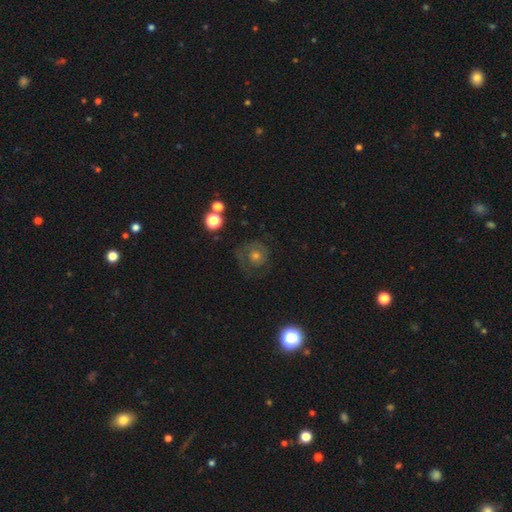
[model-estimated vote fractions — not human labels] A featured or disk galaxy (55%) with no bar (83%), spiral arms (78%) and a moderate central bulge (53%).

Vote fractions:
- Smooth or featured? featured or disk: 55% / smooth: 30% / star or artifact: 16%
- Edge-on disk? no: 97% / yes: 3%
- Bar? no: 83% / weak: 14% / strong: 3%
- Spiral arms? yes: 78% / no: 22%
- Bulge size? moderate: 53% / small: 36% / large: 6% / none: 3% / dominant: 2%
- Merging? none: 68% / minor disturbance: 16% / major disturbance: 13% / merger: 2%